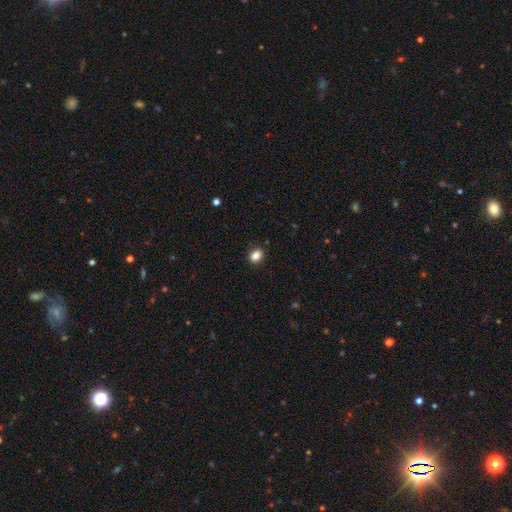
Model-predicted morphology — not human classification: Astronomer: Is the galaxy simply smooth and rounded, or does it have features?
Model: smooth — 86%.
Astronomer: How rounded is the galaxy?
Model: in between — 59% (runner-up: round, 40%).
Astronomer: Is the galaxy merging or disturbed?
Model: none — 88%.